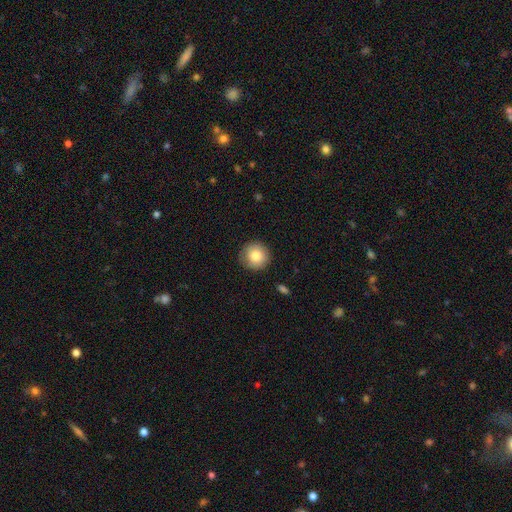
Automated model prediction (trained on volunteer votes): Morphology: type=smooth (83%); roundness=round (95%); merging=none (87%).